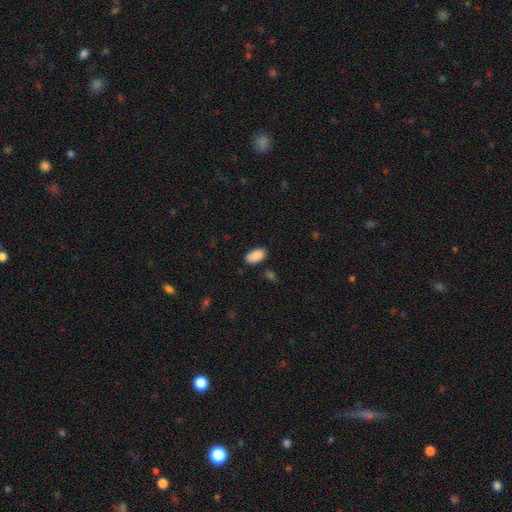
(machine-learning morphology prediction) Smooth or featured?
  - smooth: 90% *
  - star or artifact: 7%
  - featured or disk: 3%
How rounded?
  - in between: 95% *
  - round: 3%
  - cigar-shaped: 2%
Merging?
  - none: 82% *
  - minor disturbance: 13%
  - merger: 3%
  - major disturbance: 3%